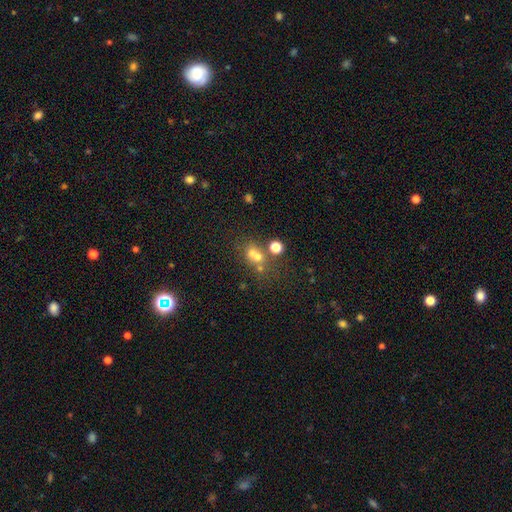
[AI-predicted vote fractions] Smooth or featured? Predicted: smooth (p=0.54). How rounded? Predicted: round (p=0.71). Merging? Predicted: merger (p=0.45).